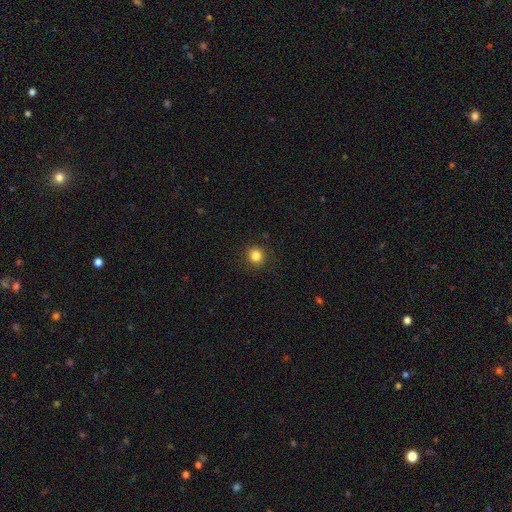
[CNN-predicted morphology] smooth-or-featured: smooth: 84% | star or artifact: 11% | featured or disk: 4%
  how-rounded: round: 90% | in between: 10% | cigar-shaped: 1%
  merging: none: 90% | minor disturbance: 7% | major disturbance: 2% | merger: 1%